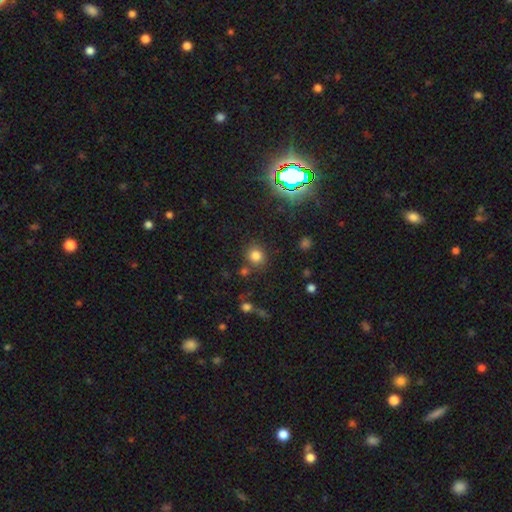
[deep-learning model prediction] Overall: smooth (79%). How rounded: round (85%). Merging: none (80%).